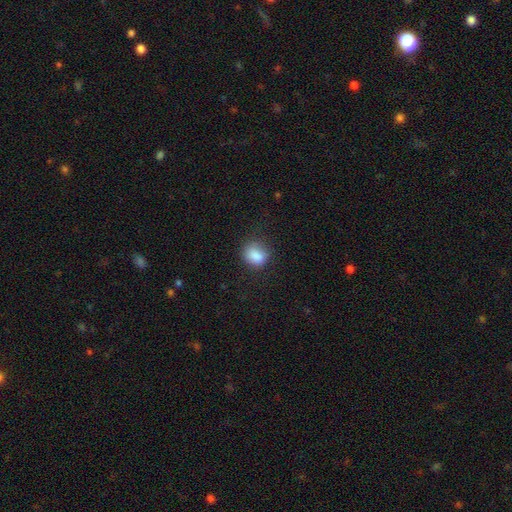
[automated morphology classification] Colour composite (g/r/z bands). It shows a smooth galaxy with no disk features (85%) that is round (60%). Merging: none (68%).